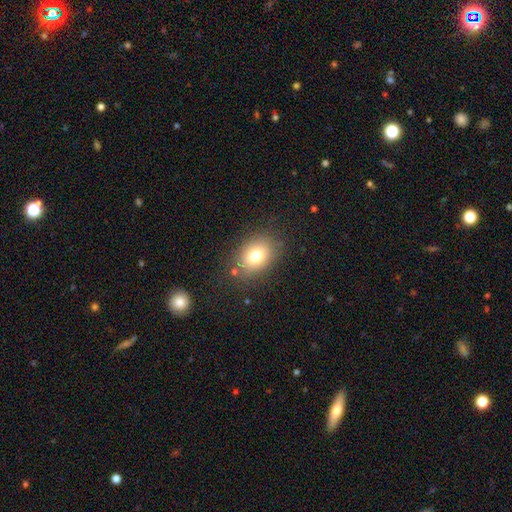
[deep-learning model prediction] smooth-or-featured: smooth: 75% | featured or disk: 13% | star or artifact: 12%
  how-rounded: in between: 68% | round: 31% | cigar-shaped: 1%
  merging: none: 80% | minor disturbance: 12% | major disturbance: 5% | merger: 3%